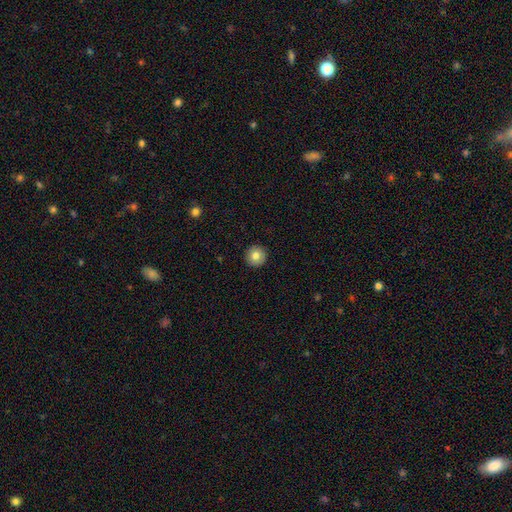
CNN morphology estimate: Q: Smooth or featured?
A: smooth (80%); runner-up: featured or disk (11%)
Q: How rounded?
A: round (96%); runner-up: in between (3%)
Q: Merging?
A: none (93%); runner-up: minor disturbance (4%)